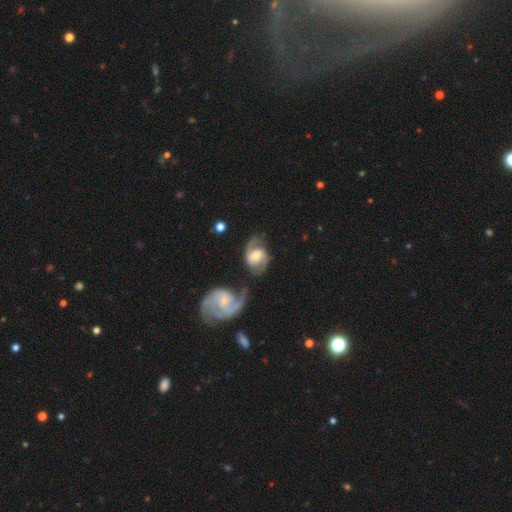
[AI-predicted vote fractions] A featured or disk galaxy (82%) with a weak bar (50%), 2 (89%) medium (52%) spiral arms (95%) and a moderate central bulge (61%).

Vote fractions:
- Smooth or featured? featured or disk: 82% / smooth: 13% / star or artifact: 5%
- Edge-on disk? no: 97% / yes: 3%
- Bar? weak: 50% / no: 32% / strong: 18%
- Spiral arms? yes: 95% / no: 5%
- Spiral winding? medium: 52% / loose: 28% / tight: 20%
- Spiral arm count? 2: 89% / can't tell: 4% / 1: 4% / 3: 2% / 4: 1% / more than 4: 1%
- Bulge size? moderate: 61% / small: 25% / large: 10% / none: 2% / dominant: 1%
- Merging? none: 59% / minor disturbance: 17% / merger: 15% / major disturbance: 9%